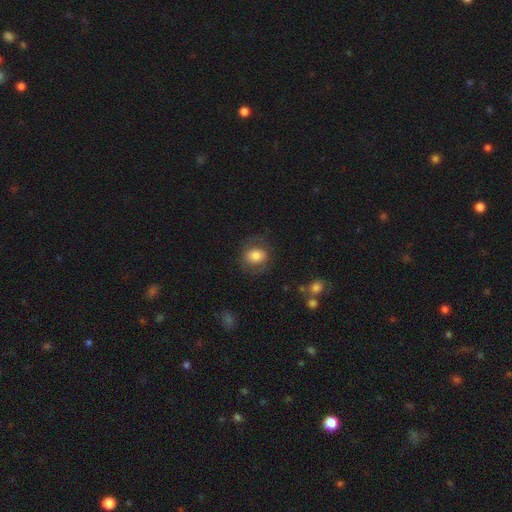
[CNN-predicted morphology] Smooth or featured? Predicted: smooth (p=0.73). How rounded? Predicted: round (p=0.54). Merging? Predicted: none (p=0.72).